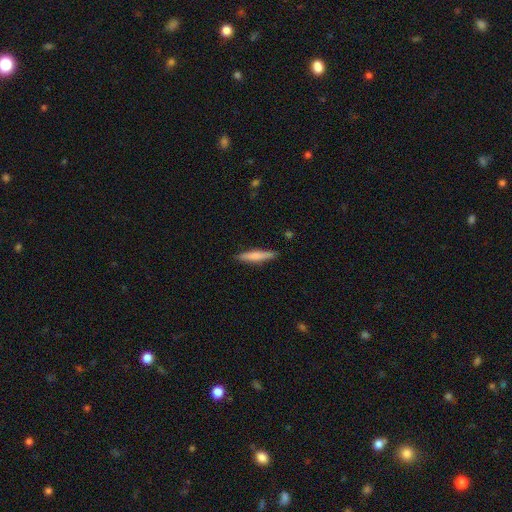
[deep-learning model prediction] Morphology: type=smooth (73%); roundness=cigar-shaped (89%); merging=none (87%).